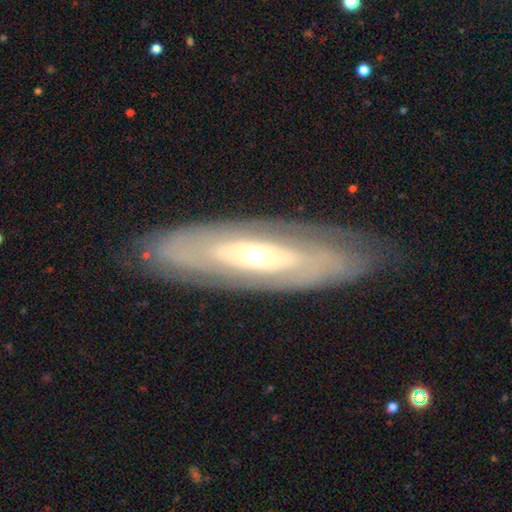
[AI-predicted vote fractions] This appears to be a featured or disk galaxy (79%) with no bar (66%), spiral arms (65%) and a small central bulge (54%). Merging: none (84%).